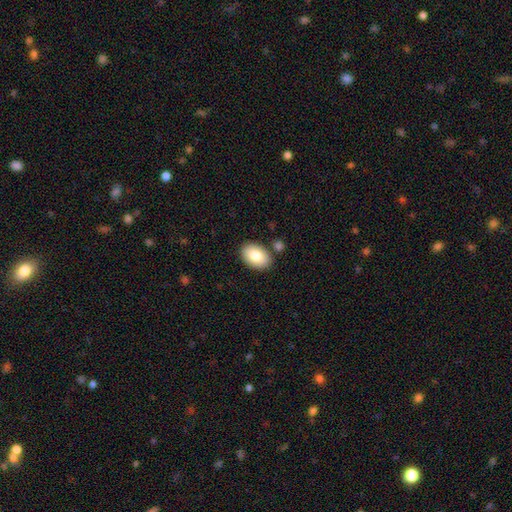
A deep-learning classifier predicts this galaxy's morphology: This is clearly a smooth galaxy (83%). How rounded: clearly in between (88%). Merging: clearly none (84%).